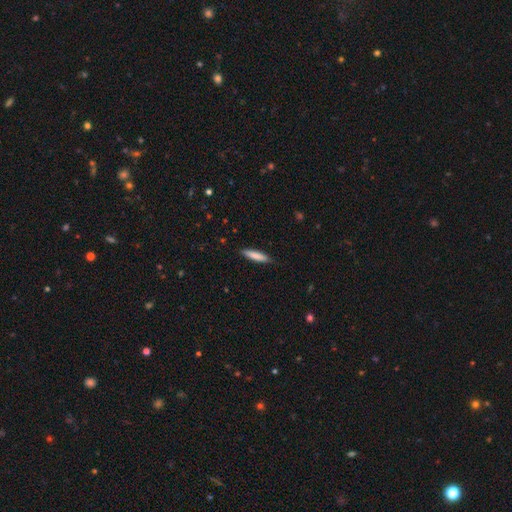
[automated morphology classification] Smooth or featured? smooth (83%)
How rounded? cigar-shaped (83%)
Merging? none (88%)